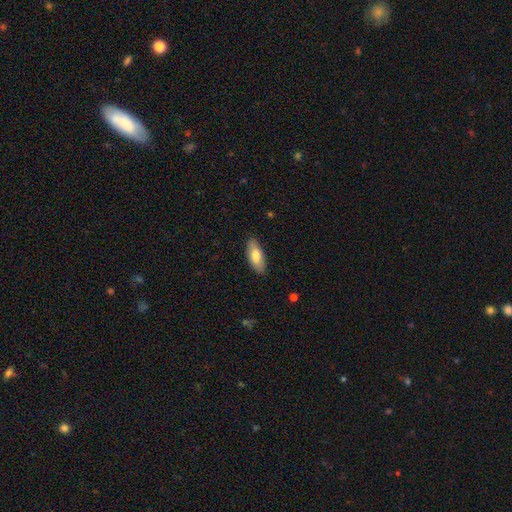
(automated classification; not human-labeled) Q: Smooth or featured?
A: smooth (75%); runner-up: featured or disk (19%)
Q: How rounded?
A: in between (79%); runner-up: cigar-shaped (19%)
Q: Merging?
A: none (86%); runner-up: minor disturbance (11%)